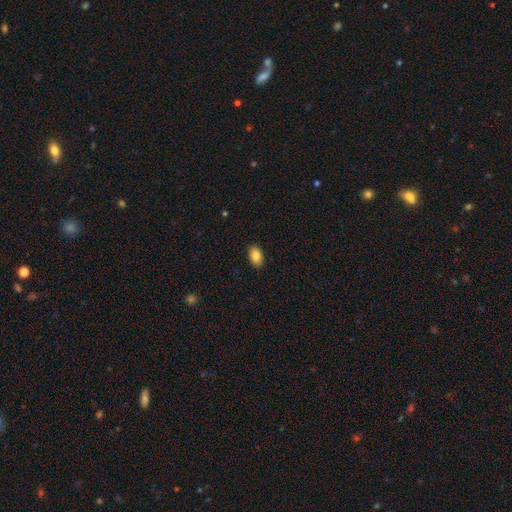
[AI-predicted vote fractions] smooth 85%, star or artifact 8%, featured or disk 7%. Down the decision tree: how rounded — in between (89%); merging — none (88%).